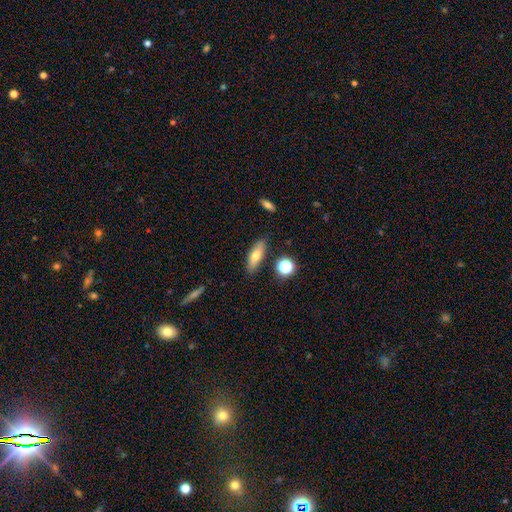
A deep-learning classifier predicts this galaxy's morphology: smooth-or-featured: smooth: 69% | featured or disk: 22% | star or artifact: 9%
  how-rounded: in between: 58% | cigar-shaped: 37% | round: 4%
  merging: none: 82% | minor disturbance: 12% | merger: 3% | major disturbance: 3%